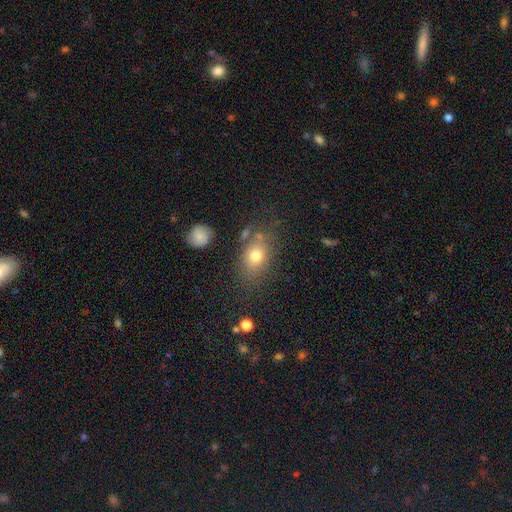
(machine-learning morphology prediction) A smooth galaxy with no disk features (74%) that is in between round and cigar-shaped (64%).

Vote fractions:
- Smooth or featured? smooth: 74% / star or artifact: 14% / featured or disk: 13%
- How rounded? in between: 64% / round: 34% / cigar-shaped: 2%
- Merging? none: 70% / minor disturbance: 16% / major disturbance: 7% / merger: 7%